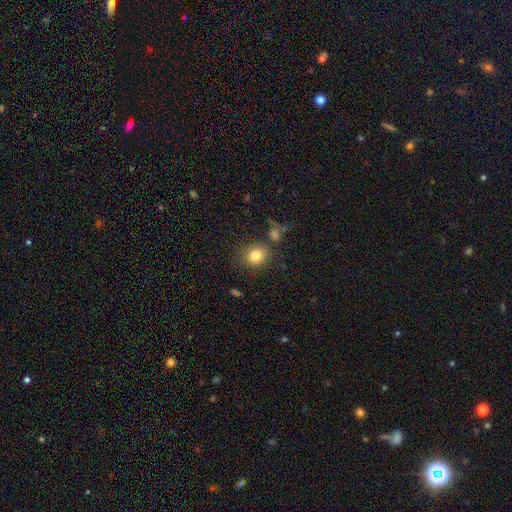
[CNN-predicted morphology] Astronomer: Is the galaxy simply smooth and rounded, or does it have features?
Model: smooth — 82%.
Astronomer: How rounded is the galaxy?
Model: round — 69%.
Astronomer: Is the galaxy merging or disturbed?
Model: none — 76%.